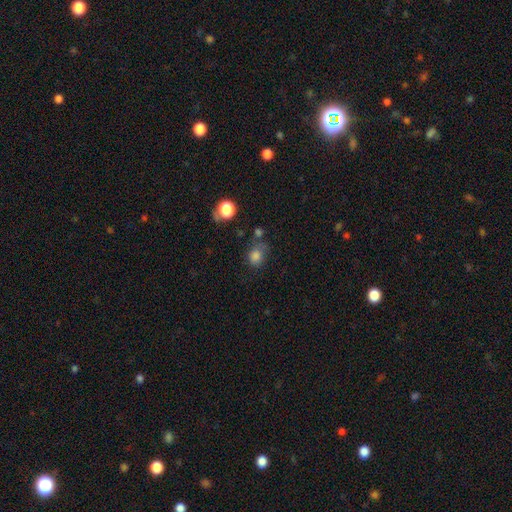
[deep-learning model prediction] smooth 79%, star or artifact 14%, featured or disk 7%. Down the decision tree: how rounded — round (58%); merging — none (51%).